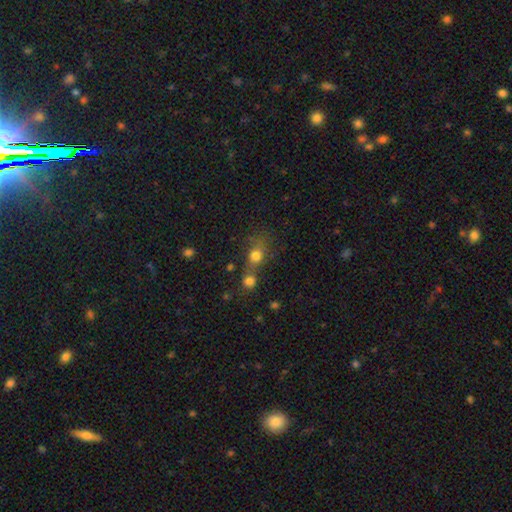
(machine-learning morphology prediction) Smooth or featured? smooth (75%)
How rounded? round (66%)
Merging? merger (45%)